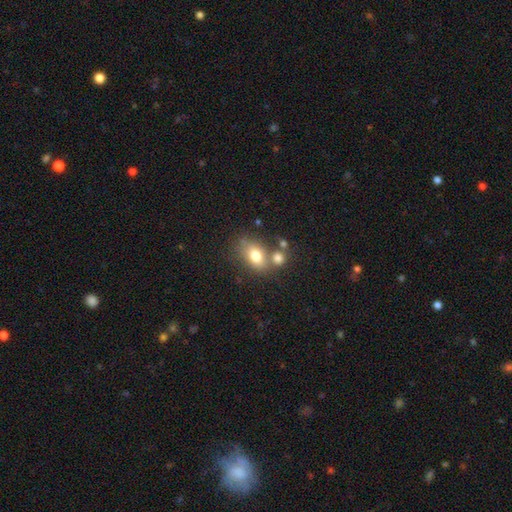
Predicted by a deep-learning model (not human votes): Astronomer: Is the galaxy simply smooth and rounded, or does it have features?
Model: smooth — 76%.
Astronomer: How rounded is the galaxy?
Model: in between — 76%.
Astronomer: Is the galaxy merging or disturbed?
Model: none — 51% (runner-up: merger, 30%).